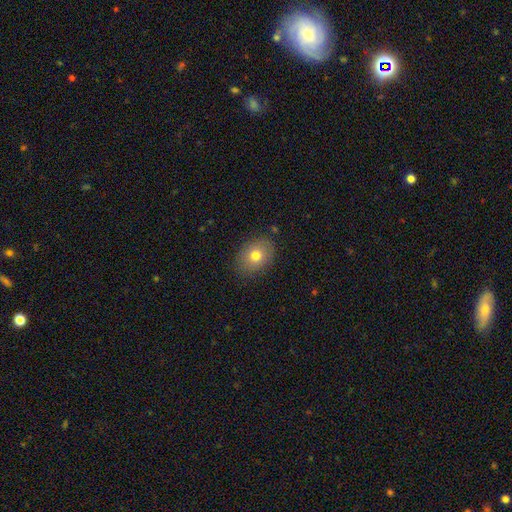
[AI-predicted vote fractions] Smooth or featured: smooth — 75% (featured or disk — 15%)
How rounded: in between — 62% (round — 37%)
Merging: none — 84% (minor disturbance — 12%)